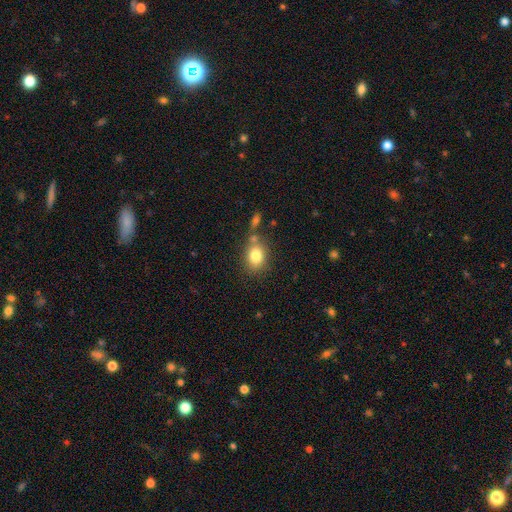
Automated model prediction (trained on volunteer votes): Morphology: type=smooth (81%); roundness=in between (58%); merging=none (65%).